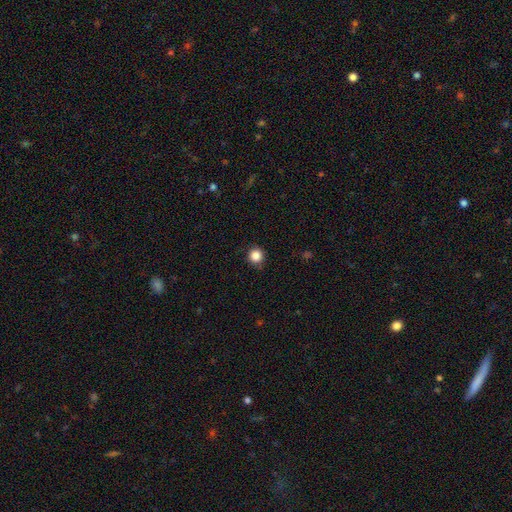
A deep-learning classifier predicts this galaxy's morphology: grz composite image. It shows a smooth galaxy with no disk features (86%) that is round (94%). Merging: none (90%).